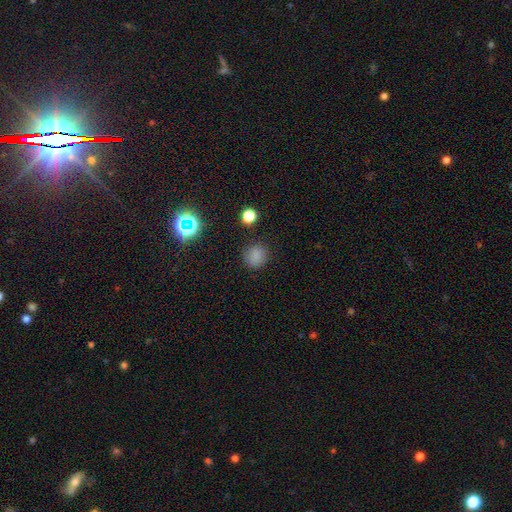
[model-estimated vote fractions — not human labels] Smooth or featured? Predicted: smooth (p=0.80). How rounded? Predicted: round (p=0.84). Merging? Predicted: none (p=0.86).